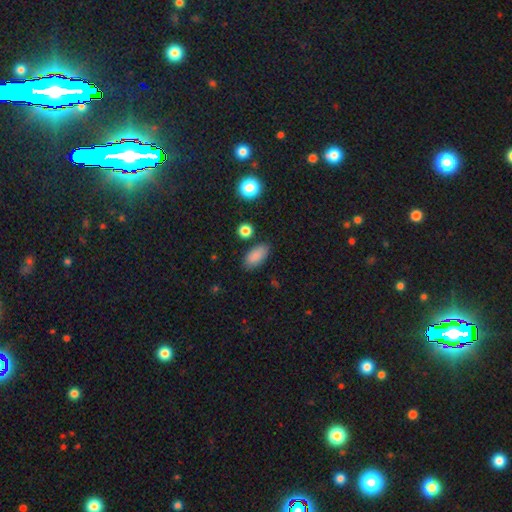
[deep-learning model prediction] smooth_or_featured: smooth (p=0.86) [alt: star or artifact p=0.09]
how_rounded: in between (p=0.89) [alt: cigar-shaped p=0.07]
merging: none (p=0.82) [alt: minor disturbance p=0.12]